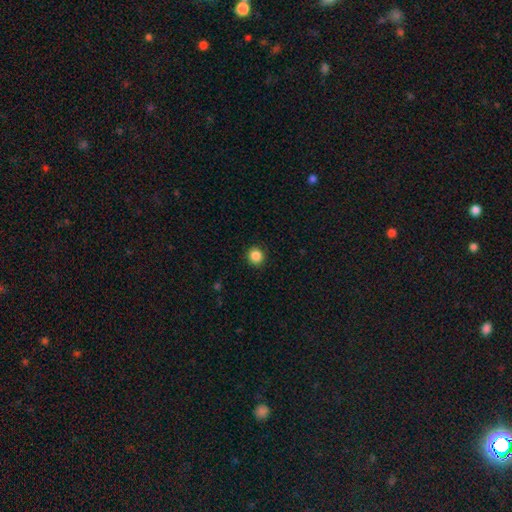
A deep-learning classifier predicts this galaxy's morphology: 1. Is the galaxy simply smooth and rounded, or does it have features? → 86% smooth, 11% star or artifact, 3% featured or disk.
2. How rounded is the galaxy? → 94% round, 5% in between, 1% cigar-shaped.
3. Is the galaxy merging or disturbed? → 92% none, 5% minor disturbance, 2% major disturbance, 1% merger.